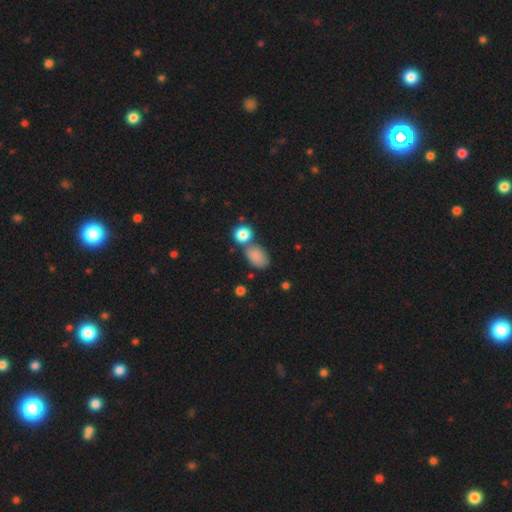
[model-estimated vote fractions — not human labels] Smooth or featured: smooth — 83% (star or artifact — 10%)
How rounded: in between — 85% (round — 13%)
Merging: none — 51% (merger — 25%)